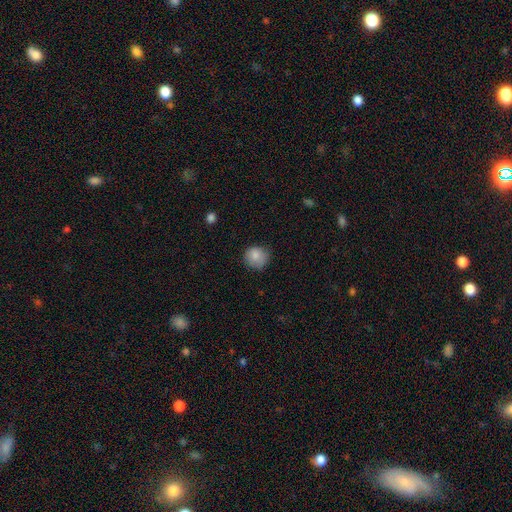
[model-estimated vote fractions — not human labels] This is clearly a smooth galaxy (84%). How rounded: clearly round (87%). Merging: likely none (76%).